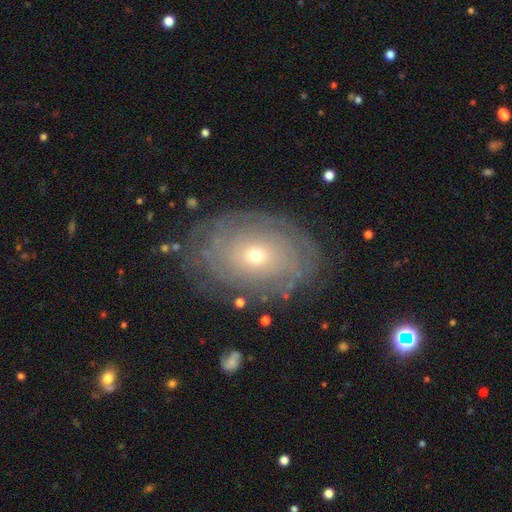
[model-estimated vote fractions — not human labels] Smooth or featured: featured or disk — 67% (smooth — 24%)
Edge-on disk: no — 94% (yes — 6%)
Bar: no — 86% (weak — 11%)
Spiral arms: yes — 74% (no — 26%)
Bulge size: small — 67% (moderate — 29%)
Merging: none — 79% (minor disturbance — 14%)